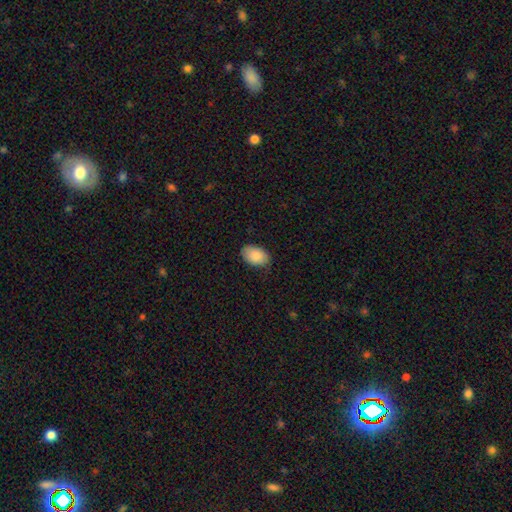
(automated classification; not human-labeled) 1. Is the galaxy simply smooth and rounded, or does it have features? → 88% smooth, 6% star or artifact, 6% featured or disk.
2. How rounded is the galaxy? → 91% in between, 8% round, 1% cigar-shaped.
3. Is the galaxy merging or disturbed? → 81% none, 15% minor disturbance, 3% major disturbance, 1% merger.